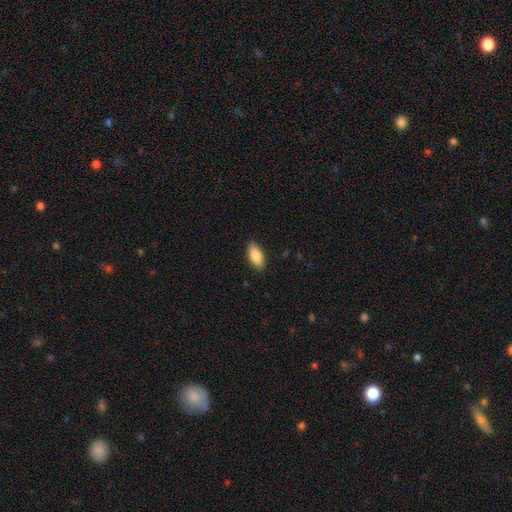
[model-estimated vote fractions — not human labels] Smooth or featured: smooth — 85% (featured or disk — 9%)
How rounded: in between — 85% (cigar-shaped — 13%)
Merging: none — 88% (minor disturbance — 9%)